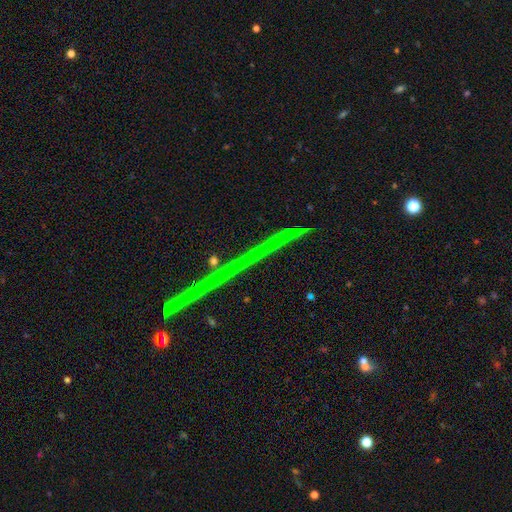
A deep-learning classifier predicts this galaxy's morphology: smooth_or_featured: star or artifact (p=0.79) [alt: featured or disk p=0.14]